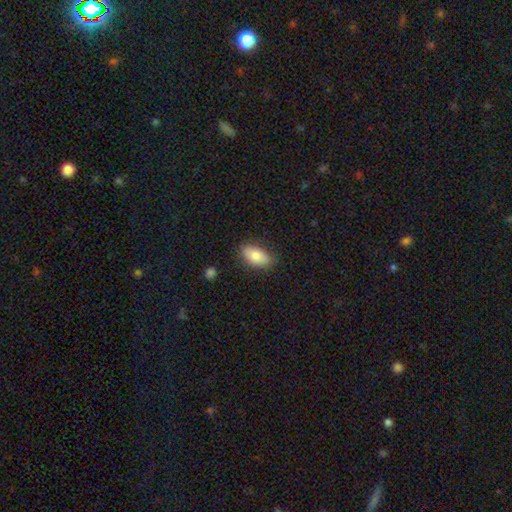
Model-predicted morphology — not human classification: Smooth or featured? Predicted: smooth (p=0.79). How rounded? Predicted: in between (p=0.91). Merging? Predicted: none (p=0.81).